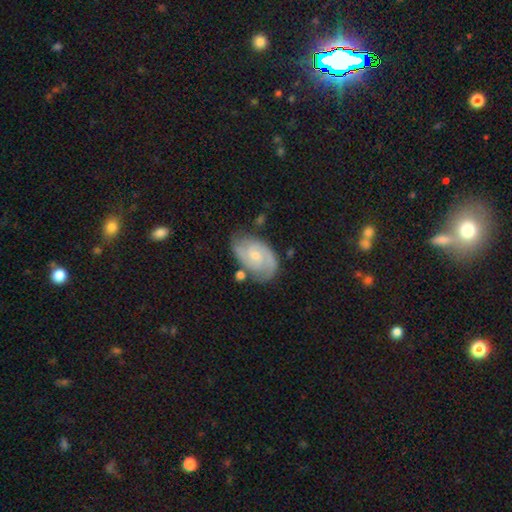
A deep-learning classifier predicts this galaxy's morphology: smooth-or-featured: featured or disk: 81% | smooth: 14% | star or artifact: 5%
  disk-edge-on: no: 97% | yes: 3%
    bar: no: 60% | weak: 35% | strong: 5%
    has-spiral-arms: yes: 95% | no: 5%
      spiral-winding: tight: 45% | medium: 43% | loose: 11%
      spiral-arm-count: 2: 80% | can't tell: 9% | 3: 5% | 1: 2% | 4: 1% | more than 4: 1%
    bulge-size: small: 59% | moderate: 36% | none: 2% | large: 1% | dominant: 1%
  merging: none: 69% | minor disturbance: 20% | major disturbance: 6% | merger: 5%